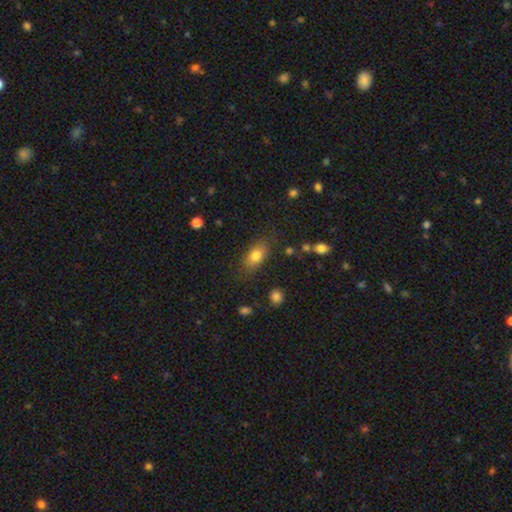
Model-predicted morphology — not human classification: Smooth or featured?
  - smooth: 79% *
  - featured or disk: 12%
  - star or artifact: 9%
How rounded?
  - in between: 84% *
  - round: 9%
  - cigar-shaped: 7%
Merging?
  - none: 77% *
  - minor disturbance: 15%
  - major disturbance: 5%
  - merger: 2%